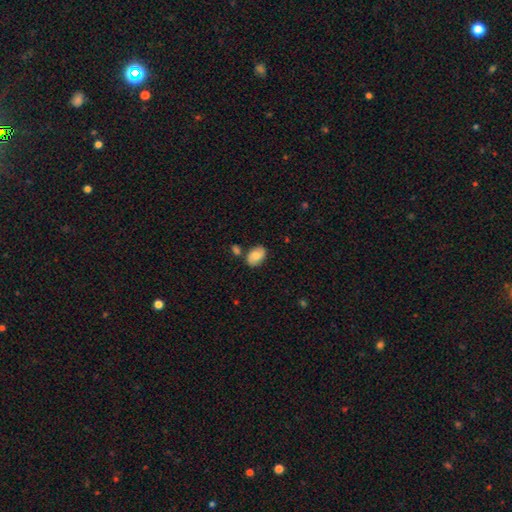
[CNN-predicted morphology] Smooth or featured? Predicted: smooth (p=0.72). How rounded? Predicted: in between (p=0.89). Merging? Predicted: none (p=0.72).